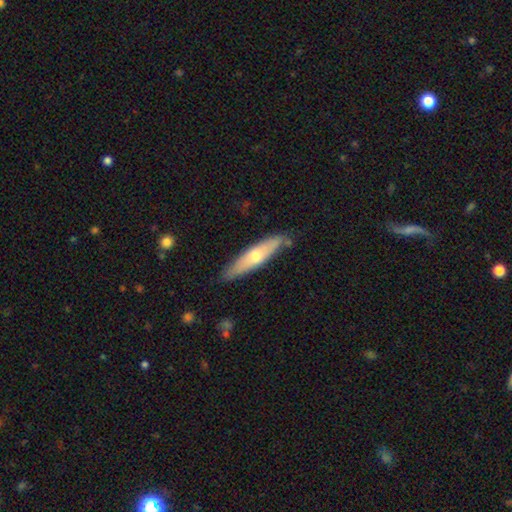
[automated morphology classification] Q: Smooth or featured?
A: smooth (51%); runner-up: featured or disk (43%)
Q: How rounded?
A: cigar-shaped (79%); runner-up: in between (20%)
Q: Merging?
A: none (81%); runner-up: minor disturbance (14%)